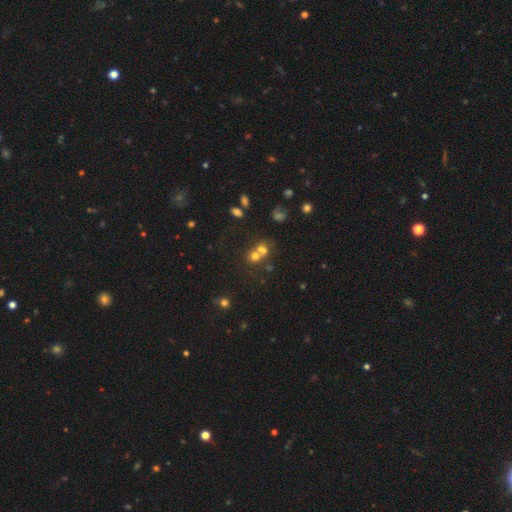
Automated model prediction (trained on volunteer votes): Q: Smooth or featured?
A: smooth (61%); runner-up: star or artifact (22%)
Q: How rounded?
A: round (78%); runner-up: in between (20%)
Q: Merging?
A: merger (51%); runner-up: none (38%)